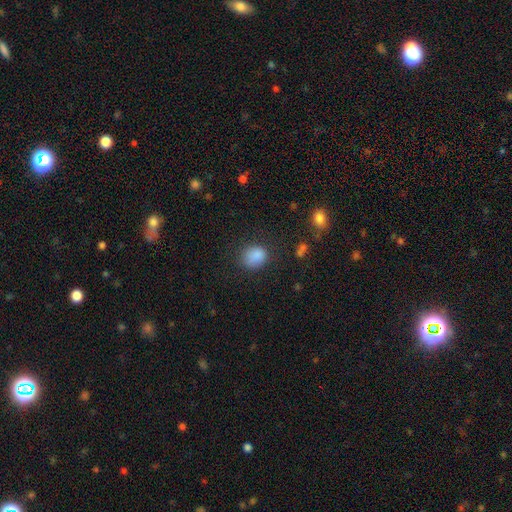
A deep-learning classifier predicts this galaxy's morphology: This appears to be a smooth galaxy with no disk features (84%) that is round (55%). Merging: none (70%).